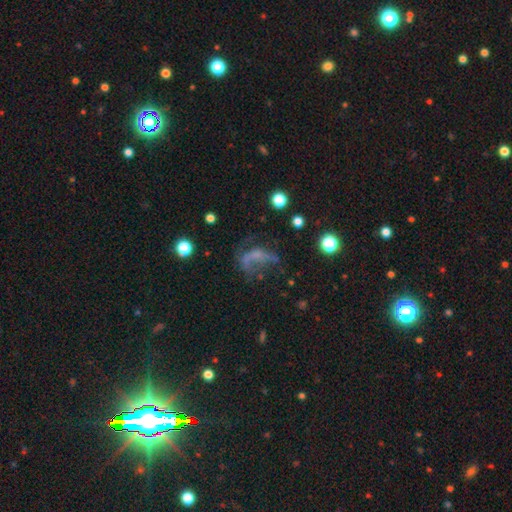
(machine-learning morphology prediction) Q: Smooth or featured?
A: featured or disk (43%); runner-up: smooth (30%)
Q: Merging?
A: major disturbance (44%); runner-up: none (31%)